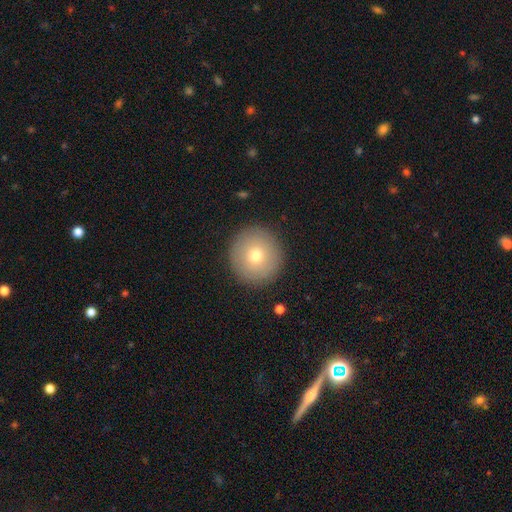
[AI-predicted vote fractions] smooth 72%, featured or disk 18%, star or artifact 10%. Down the decision tree: how rounded — round (95%); merging — none (91%).